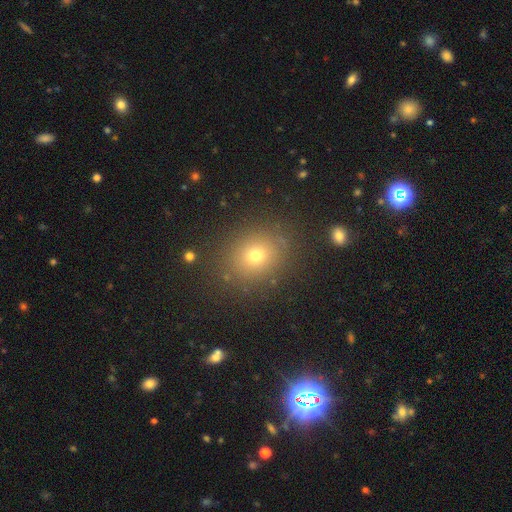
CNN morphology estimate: Overall: smooth (69%). How rounded: round (66%; in between 33%). Merging: none (86%).